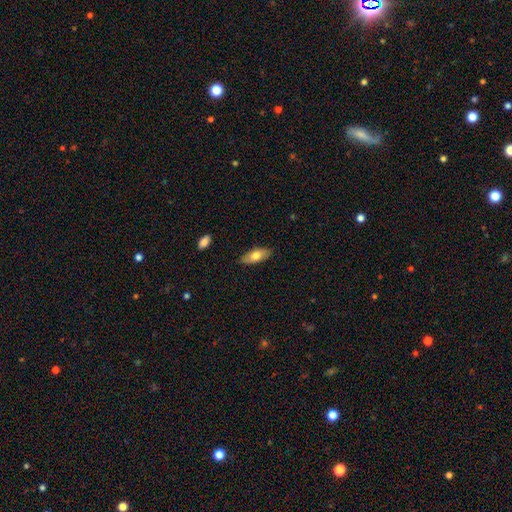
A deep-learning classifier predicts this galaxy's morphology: type=smooth (73%); roundness=in between (81%); merging=none (86%).